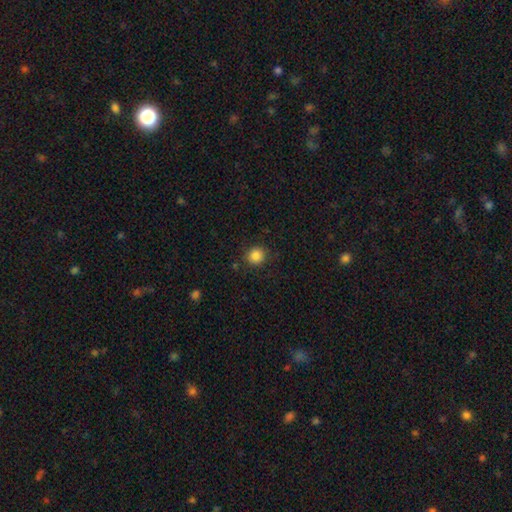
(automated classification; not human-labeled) Smooth or featured? smooth (86%)
How rounded? round (90%)
Merging? none (88%)